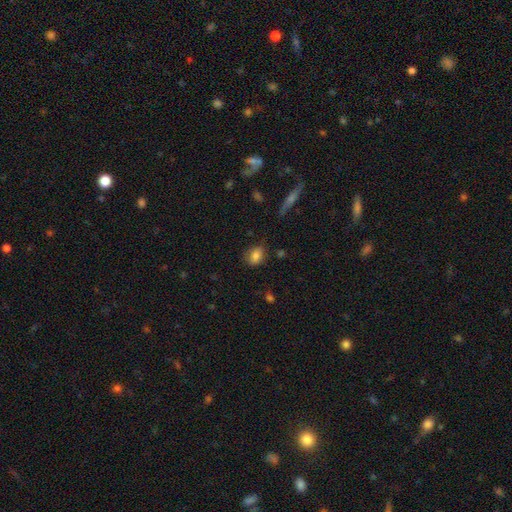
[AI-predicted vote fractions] Smooth or featured: smooth — 83% (star or artifact — 9%)
How rounded: in between — 69% (round — 29%)
Merging: none — 73% (minor disturbance — 20%)